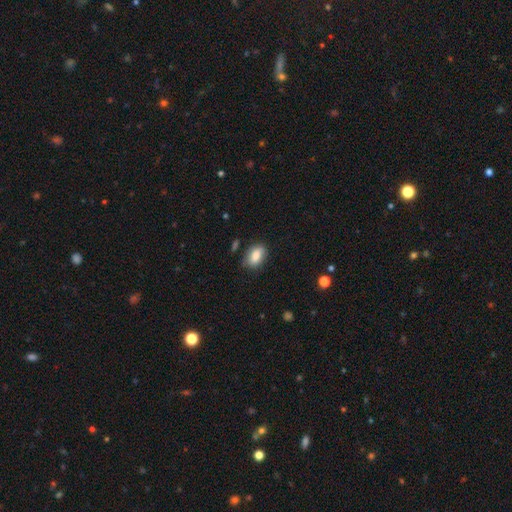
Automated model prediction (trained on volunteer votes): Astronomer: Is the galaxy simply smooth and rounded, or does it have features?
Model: smooth — 82%.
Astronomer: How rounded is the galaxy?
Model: in between — 86%.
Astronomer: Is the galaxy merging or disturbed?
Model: none — 74%.